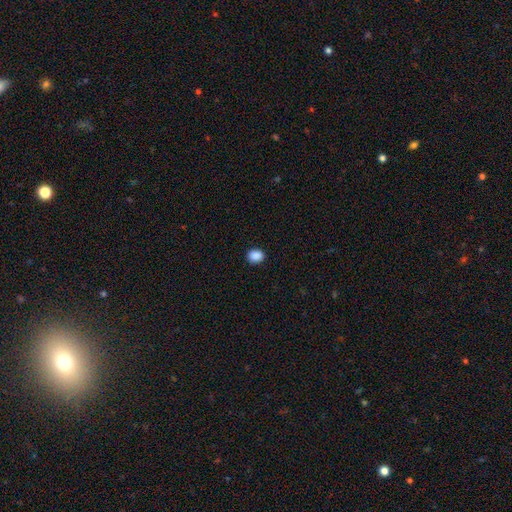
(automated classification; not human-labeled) Smooth or featured?
  - smooth: 89% *
  - star or artifact: 9%
  - featured or disk: 2%
How rounded?
  - round: 58% *
  - in between: 41%
  - cigar-shaped: 1%
Merging?
  - none: 91% *
  - minor disturbance: 6%
  - major disturbance: 2%
  - merger: 1%